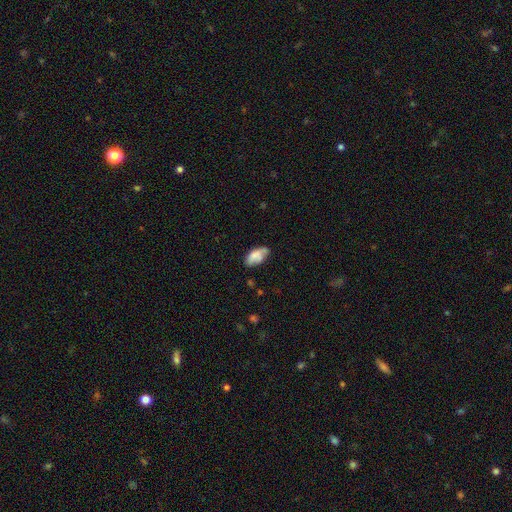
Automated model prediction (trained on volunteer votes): This is likely a smooth galaxy (75%). How rounded: clearly in between (93%). Merging: possibly none (55%).